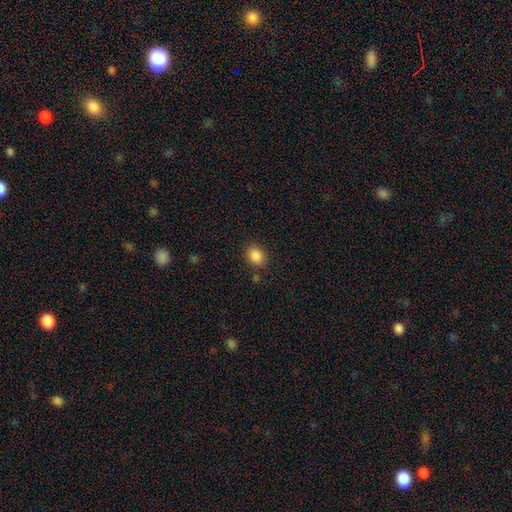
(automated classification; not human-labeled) smooth-or-featured: smooth: 87% | star or artifact: 9% | featured or disk: 4%
  how-rounded: round: 50% | in between: 49% | cigar-shaped: 1%
  merging: none: 83% | minor disturbance: 11% | major disturbance: 3% | merger: 3%